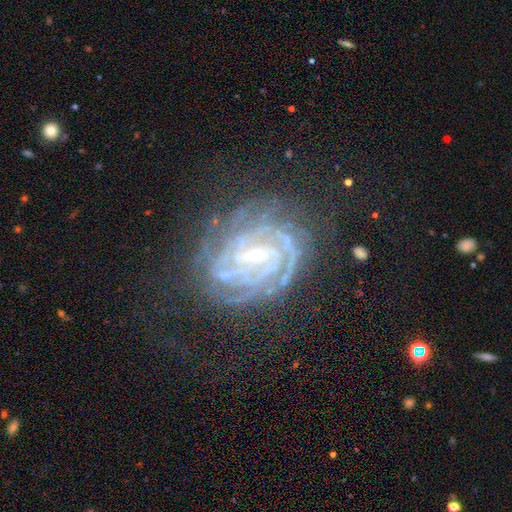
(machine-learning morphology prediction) A featured or disk galaxy (86%) with a weak bar (45%), tight (80%) spiral arms (97%) and a small central bulge (57%). Merging: none (72%).